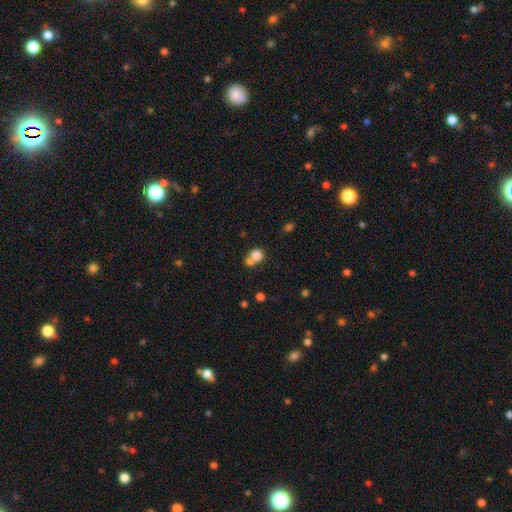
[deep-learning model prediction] Smooth or featured?
  - smooth: 80% *
  - star or artifact: 11%
  - featured or disk: 9%
How rounded?
  - round: 76% *
  - in between: 23%
  - cigar-shaped: 1%
Merging?
  - merger: 50% *
  - none: 38%
  - minor disturbance: 8%
  - major disturbance: 4%